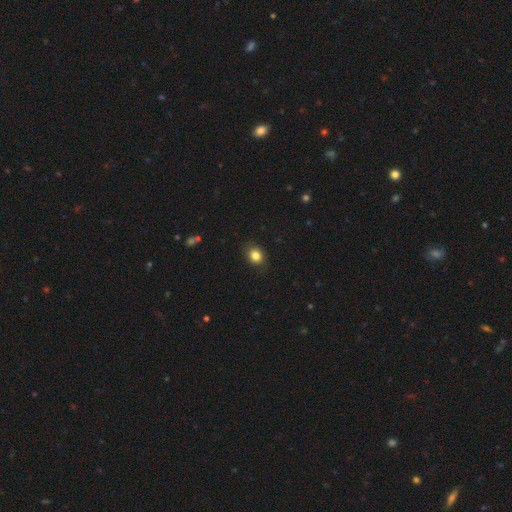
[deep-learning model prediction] The model was most divided on "how rounded": round: 54%, in between: 45%, cigar-shaped: 1%. More confident: merging — none (86%); smooth or featured — smooth (84%).